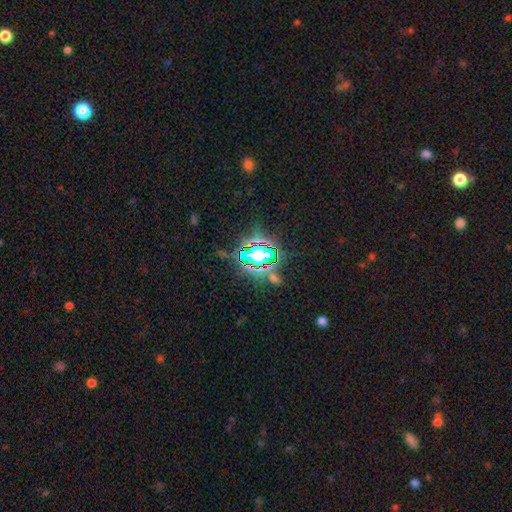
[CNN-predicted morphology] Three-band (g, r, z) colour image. It shows a star or artifact, not a galaxy (74%).